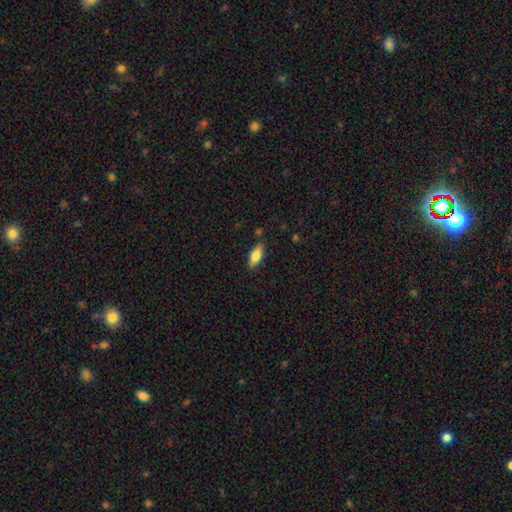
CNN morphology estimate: A smooth galaxy with no disk features (72%) that is in between round and cigar-shaped (75%).

Vote fractions:
- Smooth or featured? smooth: 72% / featured or disk: 21% / star or artifact: 7%
- How rounded? in between: 75% / cigar-shaped: 22% / round: 2%
- Merging? none: 84% / minor disturbance: 12% / major disturbance: 2% / merger: 2%